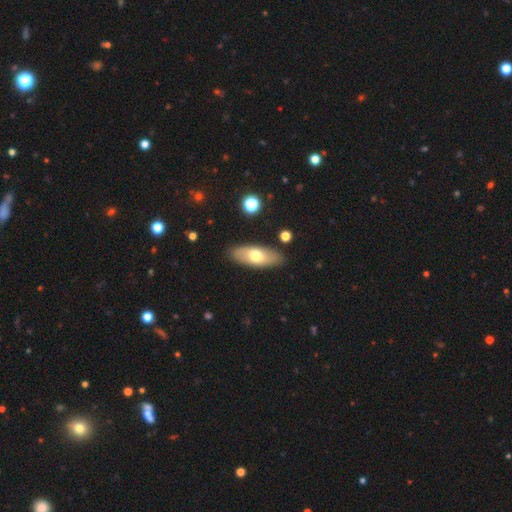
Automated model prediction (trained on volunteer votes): The model was most divided on "smooth or featured": smooth: 64%, featured or disk: 30%, star or artifact: 6%. More confident: merging — none (87%); how rounded — in between (80%).